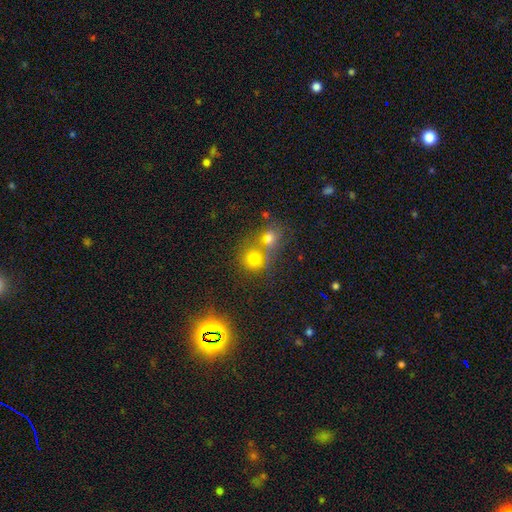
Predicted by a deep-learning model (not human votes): This is possibly a smooth galaxy (54%). How rounded: clearly round (84%). Merging: possibly none (48%).